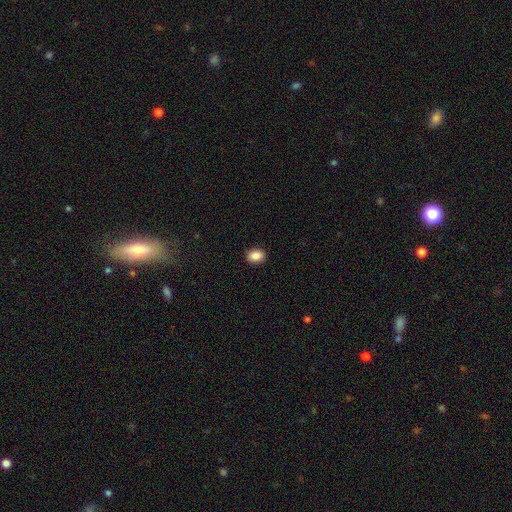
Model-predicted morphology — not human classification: A smooth galaxy with no disk features (88%) that is in between round and cigar-shaped (66%).

Vote fractions:
- Smooth or featured? smooth: 88% / star or artifact: 8% / featured or disk: 3%
- How rounded? in between: 66% / round: 33% / cigar-shaped: 1%
- Merging? none: 91% / minor disturbance: 7% / major disturbance: 2% / merger: 1%